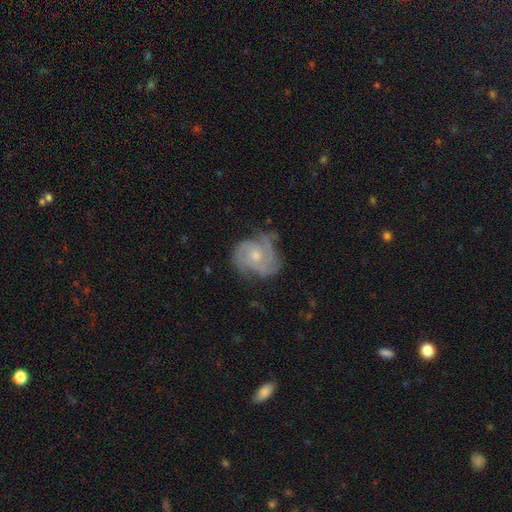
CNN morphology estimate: A featured or disk galaxy (80%) with no bar (74%), 2 (34%) tight (50%) spiral arms (93%) and a moderate central bulge (54%).

Vote fractions:
- Smooth or featured? featured or disk: 80% / smooth: 13% / star or artifact: 6%
- Edge-on disk? no: 98% / yes: 2%
- Bar? no: 74% / weak: 22% / strong: 3%
- Spiral arms? yes: 93% / no: 7%
- Spiral winding? tight: 50% / medium: 39% / loose: 11%
- Spiral arm count? 2: 34% / 3: 31% / can't tell: 20% / 4: 7% / 1: 5% / more than 4: 4%
- Bulge size? moderate: 54% / small: 39% / large: 3% / none: 3% / dominant: 1%
- Merging? none: 56% / minor disturbance: 27% / major disturbance: 14% / merger: 2%